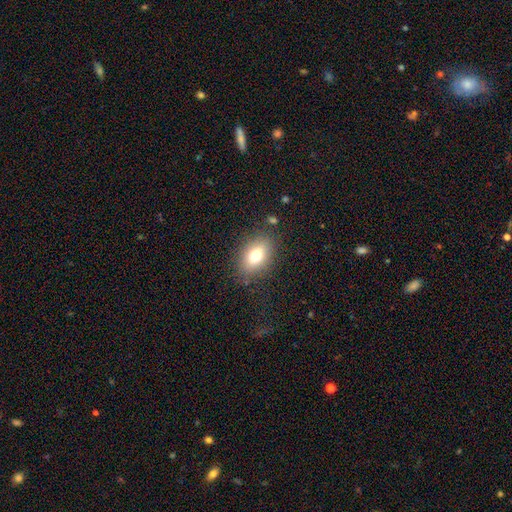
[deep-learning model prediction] Smooth or featured? Predicted: smooth (p=0.74). How rounded? Predicted: in between (p=0.84). Merging? Predicted: none (p=0.82).